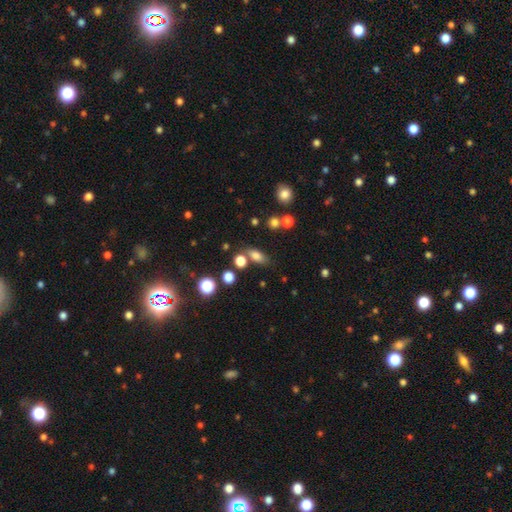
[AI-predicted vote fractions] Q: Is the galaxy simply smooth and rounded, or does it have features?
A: smooth — 77%.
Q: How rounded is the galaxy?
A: in between — 77%.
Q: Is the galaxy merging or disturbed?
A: none — 67%.